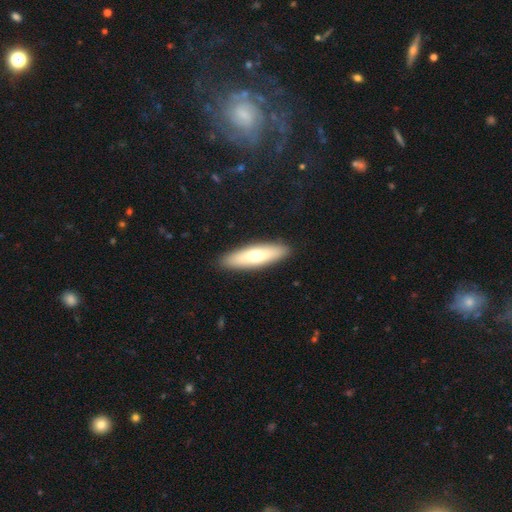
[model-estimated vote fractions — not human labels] smooth_or_featured: smooth (p=0.64) [alt: featured or disk p=0.31]
how_rounded: cigar-shaped (p=0.60) [alt: in between p=0.38]
merging: none (p=0.90) [alt: minor disturbance p=0.07]